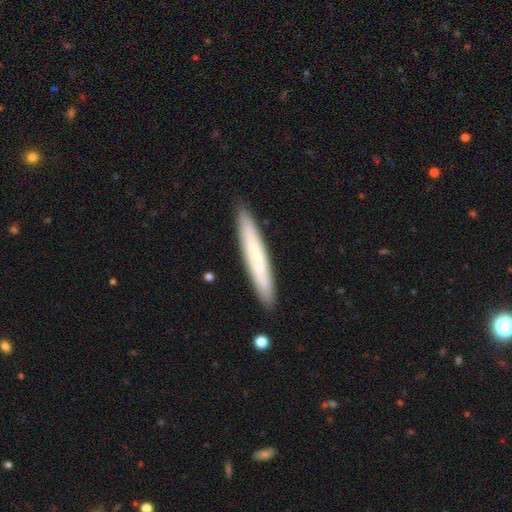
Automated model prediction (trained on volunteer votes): Smooth or featured? Predicted: smooth (p=0.55). How rounded? Predicted: cigar-shaped (p=0.94). Merging? Predicted: none (p=0.89).